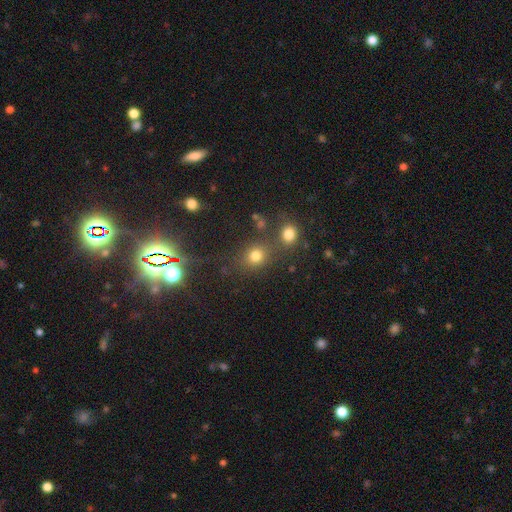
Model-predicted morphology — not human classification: Smooth or featured: smooth — 72% (star or artifact — 20%)
How rounded: round — 74% (in between — 25%)
Merging: none — 67% (merger — 17%)